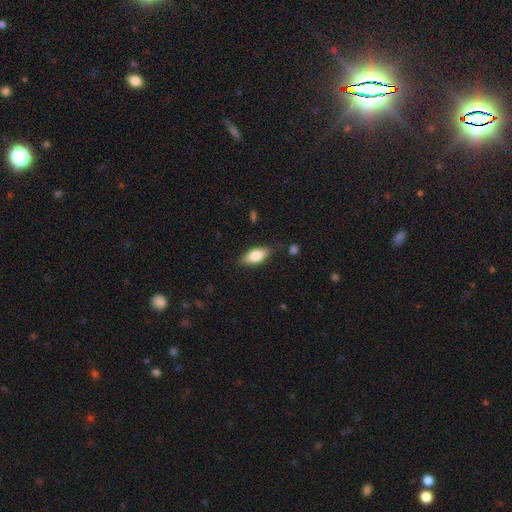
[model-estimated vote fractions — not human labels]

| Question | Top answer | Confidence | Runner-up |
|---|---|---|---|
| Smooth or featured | smooth | 74% | featured or disk (19%) |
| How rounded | in between | 83% | cigar-shaped (14%) |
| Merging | none | 82% | minor disturbance (13%) |